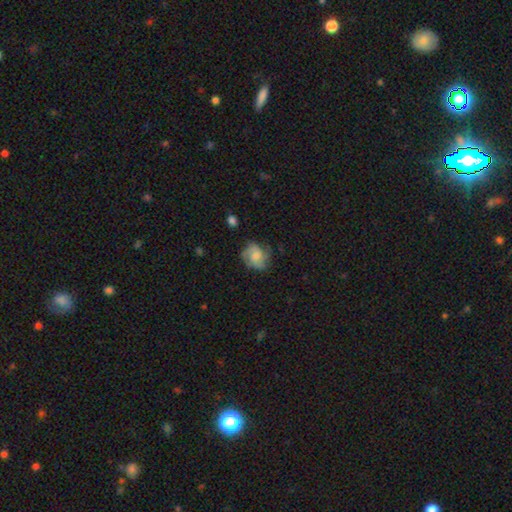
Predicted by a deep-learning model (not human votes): Overall: featured or disk (57%; smooth 35%). Edge-on disk: no (98%). Bar: no (68%). Spiral arms: yes (87%). Bulge size: moderate (37%; small 24%). Merging: none (63%; minor disturbance 23%).